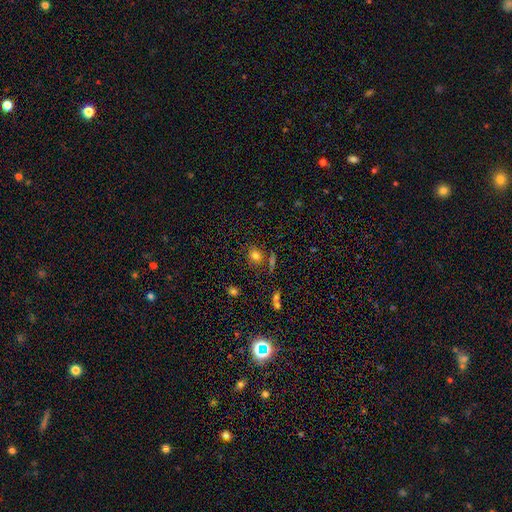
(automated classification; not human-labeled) A smooth galaxy with no disk features (74%) that is round (63%).

Vote fractions:
- Smooth or featured? smooth: 74% / star or artifact: 17% / featured or disk: 9%
- How rounded? round: 63% / in between: 35% / cigar-shaped: 2%
- Merging? none: 70% / minor disturbance: 13% / merger: 12% / major disturbance: 5%